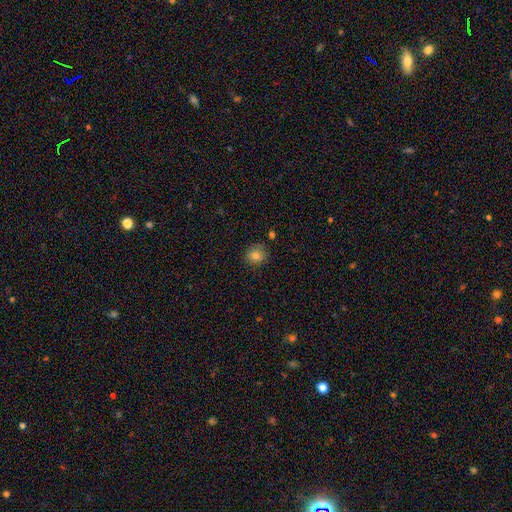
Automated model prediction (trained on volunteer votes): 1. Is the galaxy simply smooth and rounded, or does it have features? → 82% smooth, 11% star or artifact, 7% featured or disk.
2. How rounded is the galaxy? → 83% round, 16% in between, 1% cigar-shaped.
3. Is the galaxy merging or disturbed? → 83% none, 12% minor disturbance, 3% merger, 3% major disturbance.